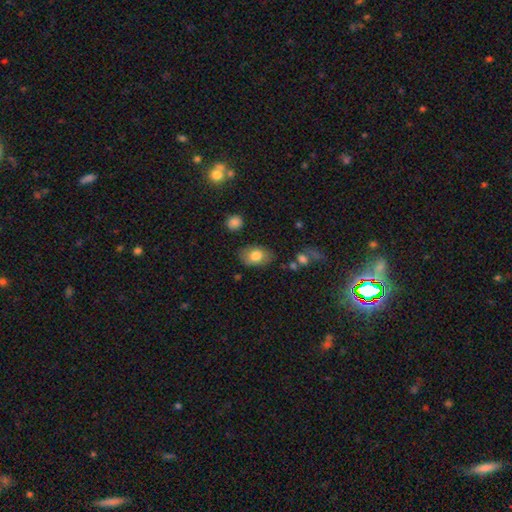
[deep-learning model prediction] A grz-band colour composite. It shows a smooth galaxy with no disk features (78%) that is in between round and cigar-shaped (86%). Merging: none (78%).